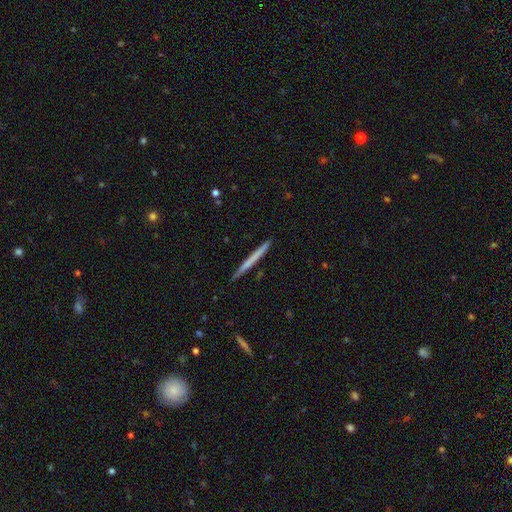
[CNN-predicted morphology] A smooth galaxy with no disk features (55%) that is cigar-shaped (97%). Merging: none (92%).